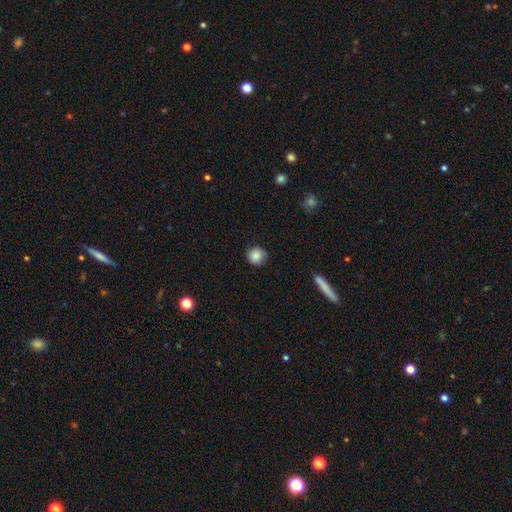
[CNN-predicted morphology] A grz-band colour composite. It shows a smooth galaxy with no disk features (87%) that is round (94%). Merging: none (88%).